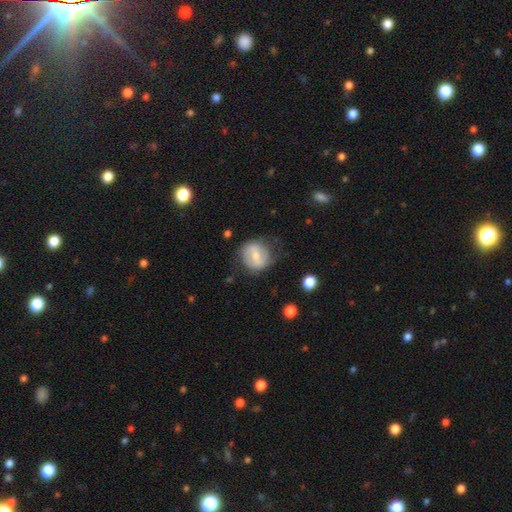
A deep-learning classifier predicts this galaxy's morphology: smooth-or-featured: smooth: 47% | featured or disk: 46% | star or artifact: 7%
  merging: none: 66% | minor disturbance: 22% | major disturbance: 10% | merger: 2%